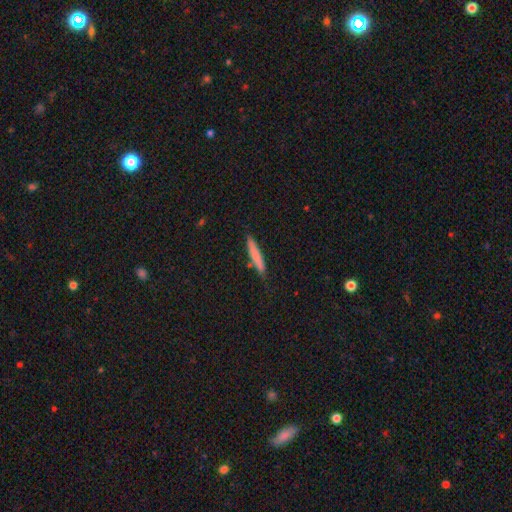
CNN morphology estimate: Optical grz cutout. It shows a smooth galaxy with no disk features (75%) that is cigar-shaped (93%). Merging: none (78%).